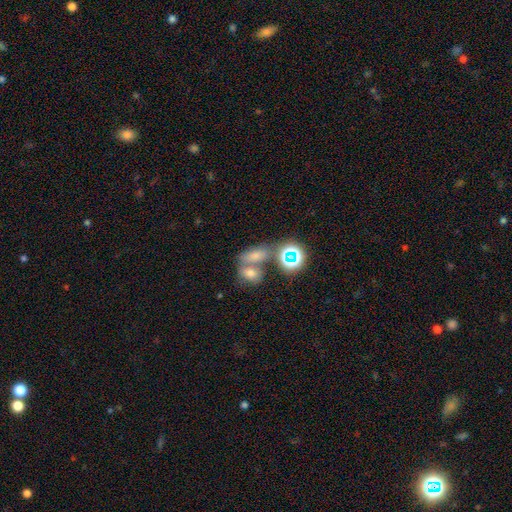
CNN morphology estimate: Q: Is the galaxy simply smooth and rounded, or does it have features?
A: smooth — 65%.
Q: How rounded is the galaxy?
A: in between — 77%.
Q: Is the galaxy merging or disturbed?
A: merger — 47%.